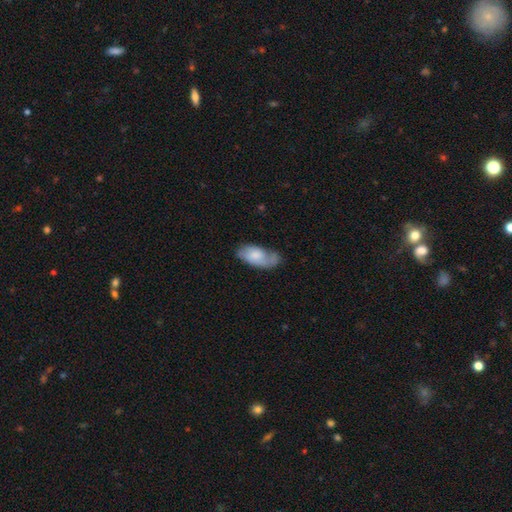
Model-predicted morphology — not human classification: Smooth or featured? smooth (53%)
How rounded? in between (91%)
Merging? none (49%)